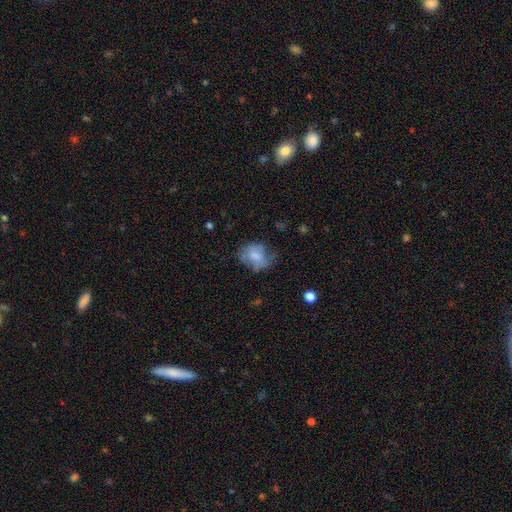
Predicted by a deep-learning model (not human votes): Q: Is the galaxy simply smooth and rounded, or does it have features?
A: smooth — 59%.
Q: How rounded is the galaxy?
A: in between — 50%.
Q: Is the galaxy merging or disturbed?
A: none — 45%.